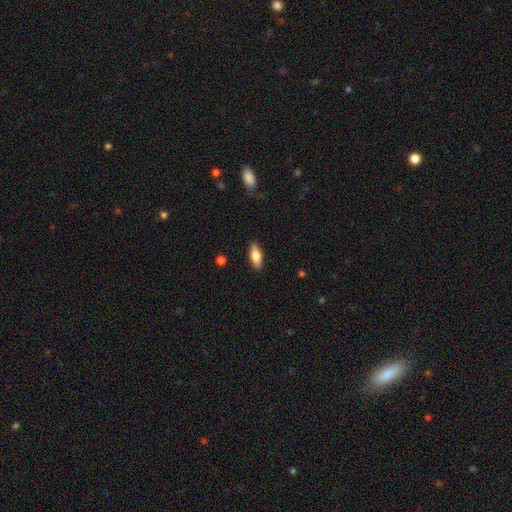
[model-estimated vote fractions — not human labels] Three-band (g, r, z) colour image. It shows a smooth galaxy with no disk features (68%) that is in between round and cigar-shaped (69%). Merging: none (88%).